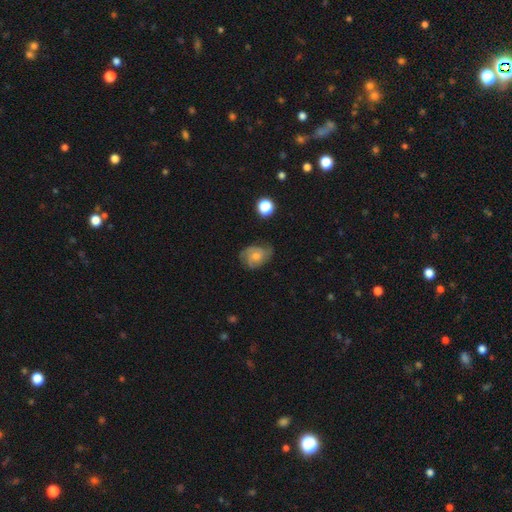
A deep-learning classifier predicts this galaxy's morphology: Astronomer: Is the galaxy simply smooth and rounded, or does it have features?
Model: featured or disk — 56% (runner-up: smooth, 36%).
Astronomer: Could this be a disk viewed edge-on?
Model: no — 97%.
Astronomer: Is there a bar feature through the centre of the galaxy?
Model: no — 74%.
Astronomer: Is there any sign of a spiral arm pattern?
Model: yes — 86%.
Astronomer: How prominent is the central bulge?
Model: moderate — 47% (runner-up: small, 42%).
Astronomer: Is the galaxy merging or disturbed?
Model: none — 58%.